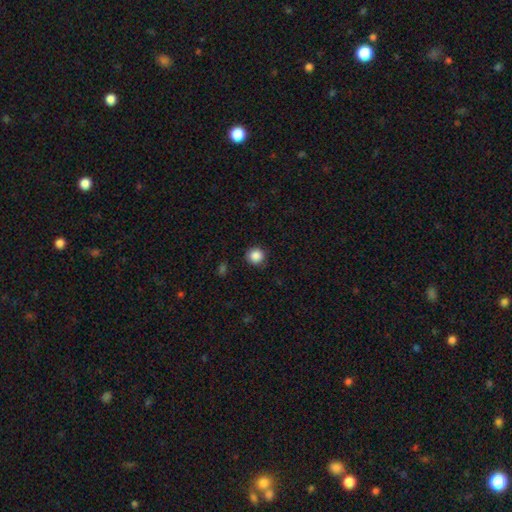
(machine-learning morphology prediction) smooth 87%, star or artifact 10%, featured or disk 3%. Down the decision tree: how rounded — round (93%); merging — none (89%).